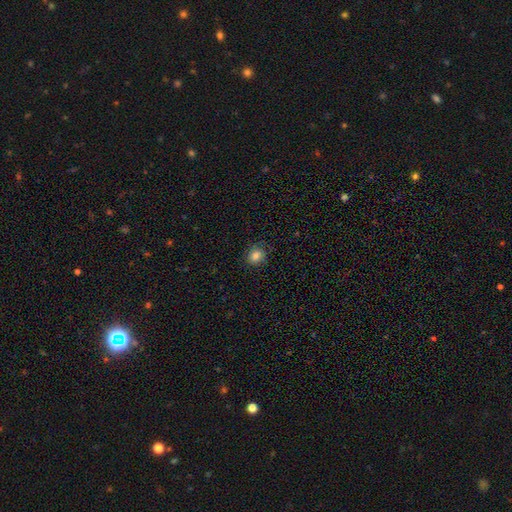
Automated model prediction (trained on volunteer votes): Q: Smooth or featured?
A: smooth (81%); runner-up: star or artifact (10%)
Q: How rounded?
A: round (67%); runner-up: in between (32%)
Q: Merging?
A: none (76%); runner-up: minor disturbance (18%)